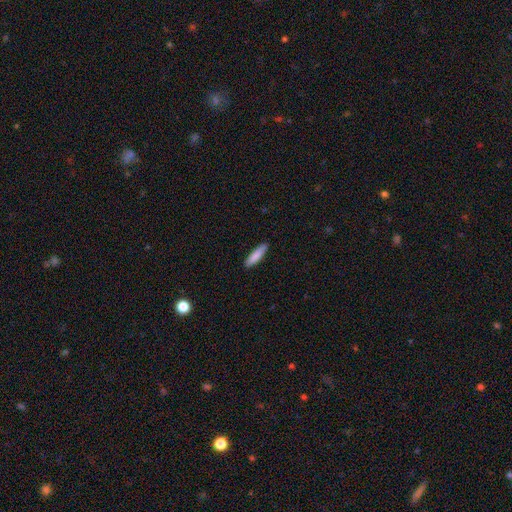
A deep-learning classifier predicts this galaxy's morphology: A smooth galaxy with no disk features (86%) that is cigar-shaped (79%). Merging: none (90%).